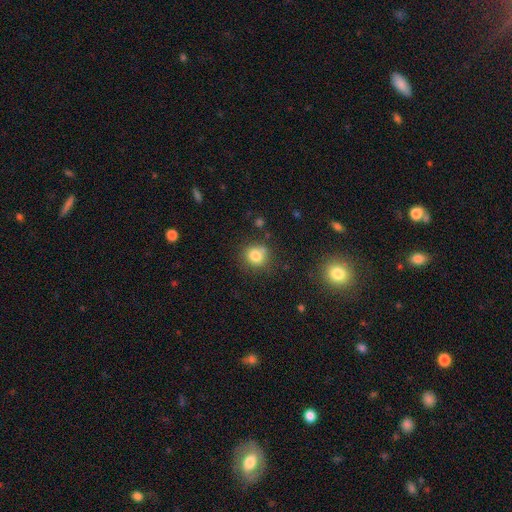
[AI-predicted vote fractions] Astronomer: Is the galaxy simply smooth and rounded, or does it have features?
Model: smooth — 81%.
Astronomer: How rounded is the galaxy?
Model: round — 85%.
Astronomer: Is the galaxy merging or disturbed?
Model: none — 73%.